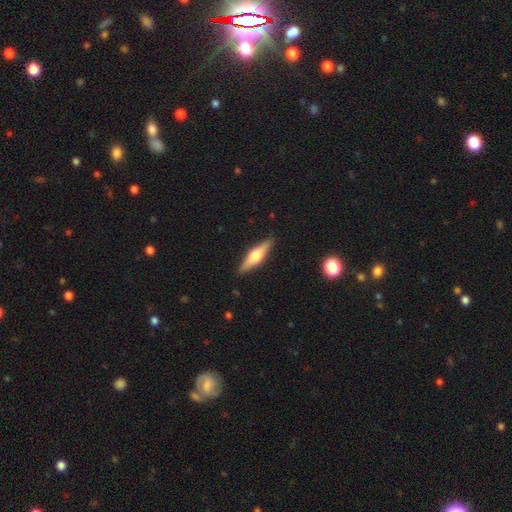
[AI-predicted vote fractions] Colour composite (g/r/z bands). It shows a featured or disk galaxy (54%) viewed edge-on (94%) with a rounded central bulge (93%). Merging: none (89%).